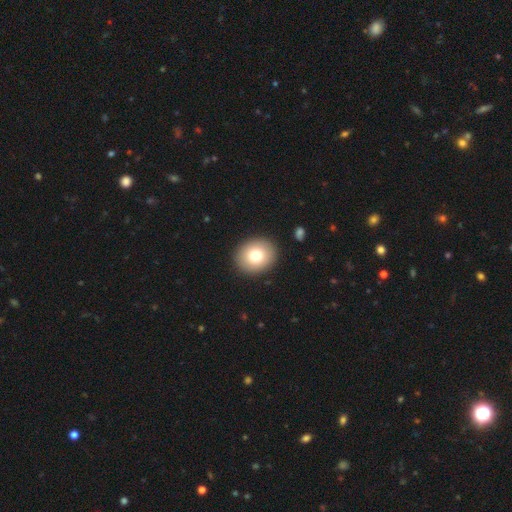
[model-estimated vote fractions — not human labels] Smooth or featured?
  - smooth: 76% *
  - featured or disk: 14%
  - star or artifact: 10%
How rounded?
  - round: 67% *
  - in between: 32%
  - cigar-shaped: 1%
Merging?
  - none: 91% *
  - minor disturbance: 6%
  - major disturbance: 2%
  - merger: 1%